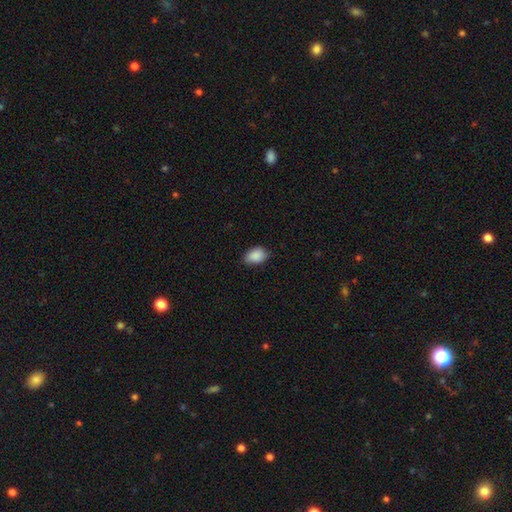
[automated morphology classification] Overall: smooth (88%). How rounded: in between (82%). Merging: none (70%).